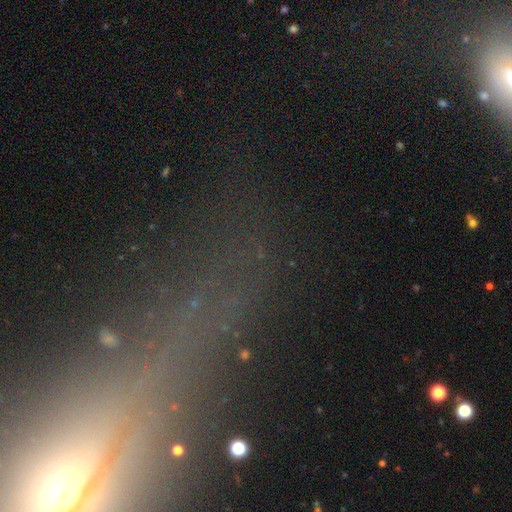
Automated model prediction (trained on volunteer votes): star or artifact 57%, featured or disk 22%, smooth 21%.